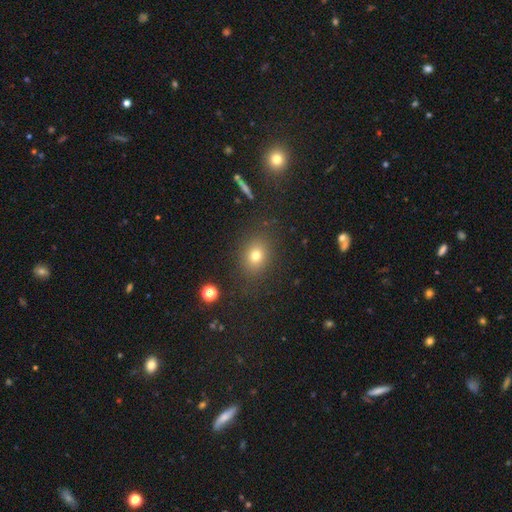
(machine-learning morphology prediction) Smooth or featured? Predicted: smooth (p=0.75). How rounded? Predicted: in between (p=0.50). Merging? Predicted: none (p=0.84).